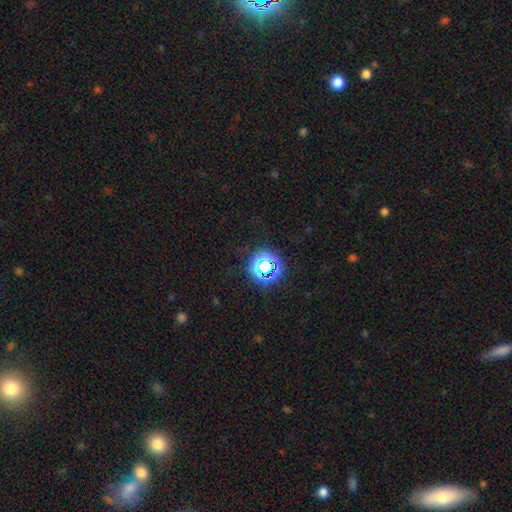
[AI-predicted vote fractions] smooth-or-featured: star or artifact: 57% | smooth: 37% | featured or disk: 6%